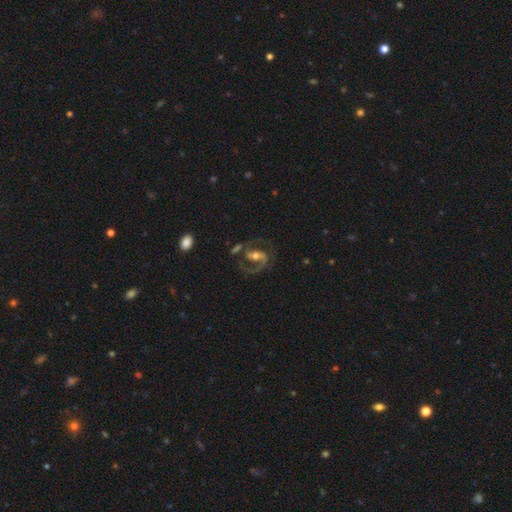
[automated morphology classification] A featured or disk galaxy (87%) with a weak bar (38%), 2 (86%) medium (60%) spiral arms (95%) and a moderate central bulge (66%).

Vote fractions:
- Smooth or featured? featured or disk: 87% / smooth: 8% / star or artifact: 5%
- Edge-on disk? no: 97% / yes: 3%
- Bar? weak: 38% / strong: 33% / no: 29%
- Spiral arms? yes: 95% / no: 5%
- Spiral winding? medium: 60% / loose: 22% / tight: 19%
- Spiral arm count? 2: 86% / 1: 9% / can't tell: 3% / 3: 1% / 4: 1% / more than 4: 1%
- Bulge size? moderate: 66% / small: 22% / large: 9% / none: 2% / dominant: 1%
- Merging? none: 64% / major disturbance: 15% / minor disturbance: 15% / merger: 6%